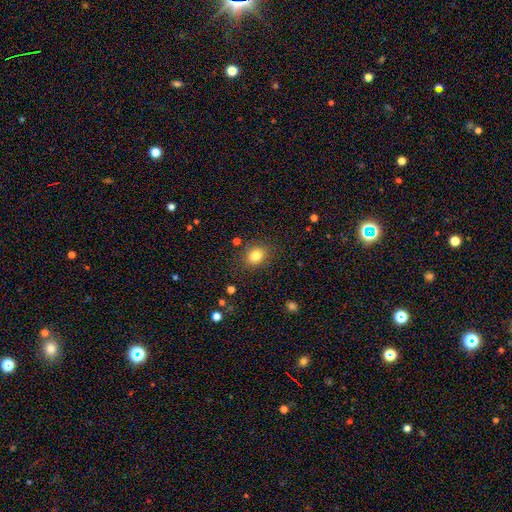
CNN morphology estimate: A smooth galaxy with no disk features (82%) that is round (56%). Merging: none (85%).